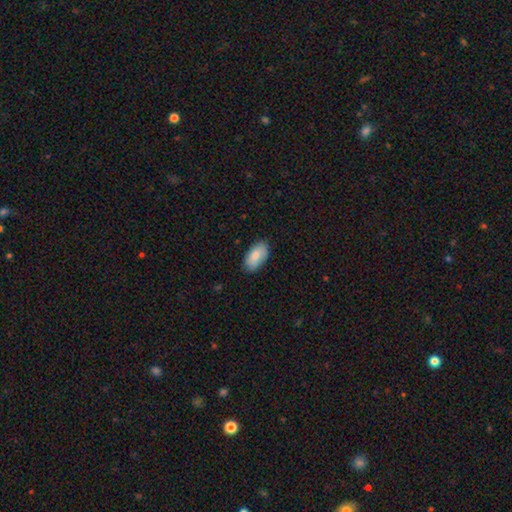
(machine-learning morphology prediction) Smooth or featured?
  - smooth: 85% *
  - featured or disk: 10%
  - star or artifact: 6%
How rounded?
  - in between: 95% *
  - cigar-shaped: 3%
  - round: 2%
Merging?
  - none: 84% *
  - minor disturbance: 13%
  - major disturbance: 2%
  - merger: 1%